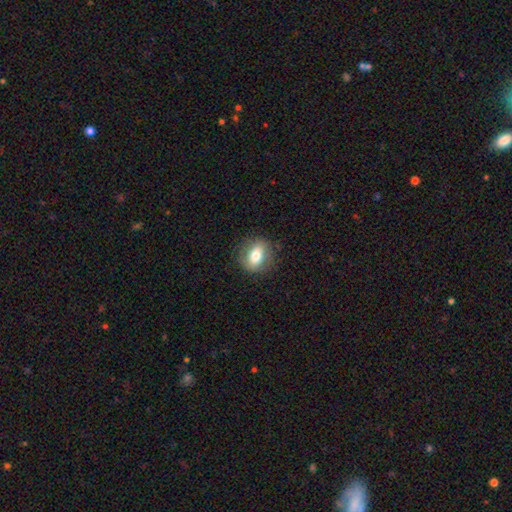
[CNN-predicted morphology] A smooth galaxy with no disk features (67%) that is in between round and cigar-shaped (51%). Merging: none (82%).